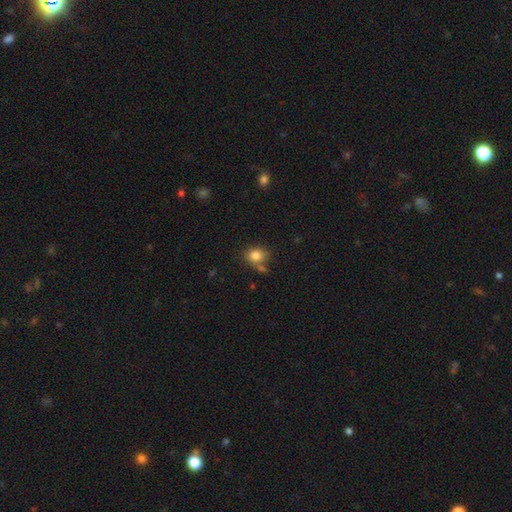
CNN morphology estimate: smooth 82%, star or artifact 10%, featured or disk 7%. Down the decision tree: how rounded — round (59%); merging — none (63%).